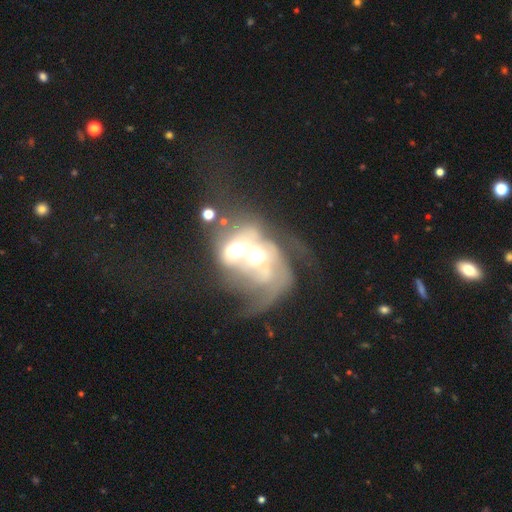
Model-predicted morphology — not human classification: This appears to be a featured or disk galaxy (57%) with no bar (80%), no spiral arms (67%) and a moderate central bulge (49%). Merging: merger (72%).